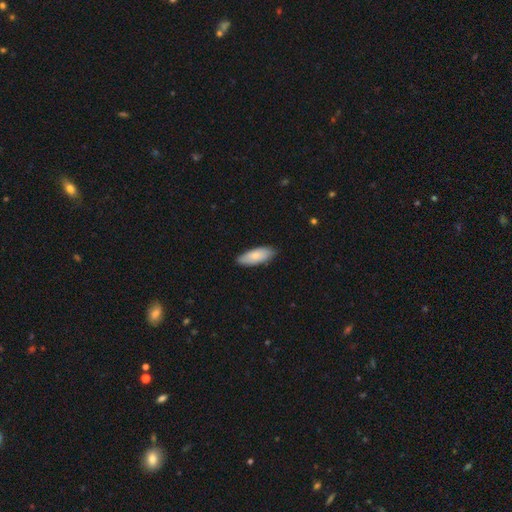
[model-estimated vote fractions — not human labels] Smooth or featured: smooth — 74% (featured or disk — 20%)
How rounded: in between — 78% (cigar-shaped — 20%)
Merging: none — 84% (minor disturbance — 13%)